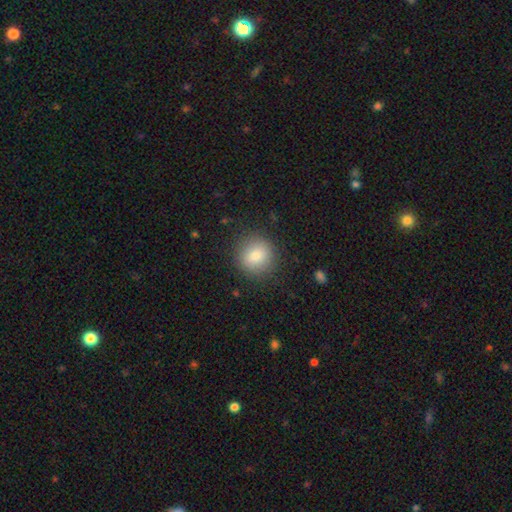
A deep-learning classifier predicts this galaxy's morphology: Smooth or featured? smooth (83%)
How rounded? round (89%)
Merging? none (88%)